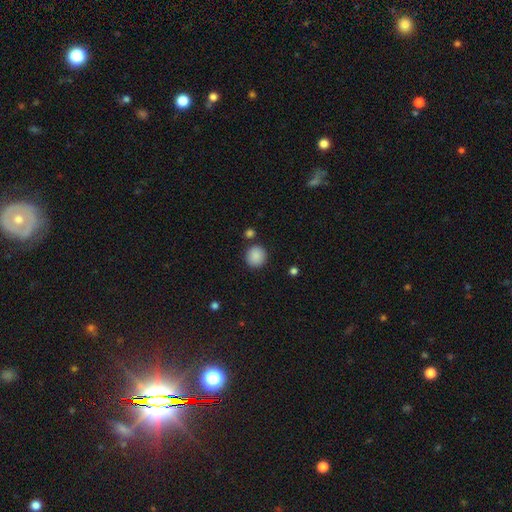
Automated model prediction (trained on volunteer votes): smooth 89%, star or artifact 8%, featured or disk 3%. Down the decision tree: how rounded — round (92%); merging — none (85%).